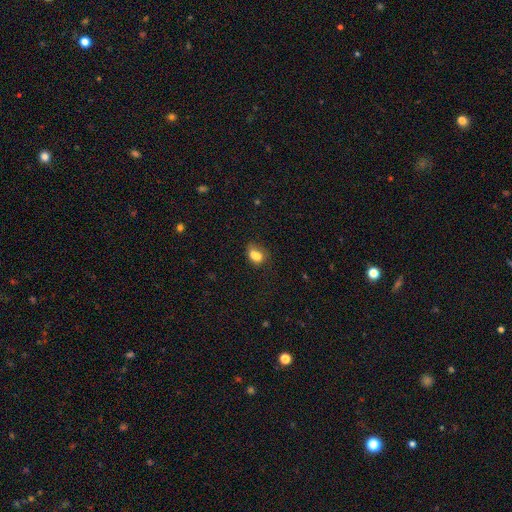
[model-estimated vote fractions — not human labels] Q: Smooth or featured?
A: smooth (76%); runner-up: featured or disk (13%)
Q: How rounded?
A: in between (64%); runner-up: round (34%)
Q: Merging?
A: merger (36%); runner-up: none (35%)